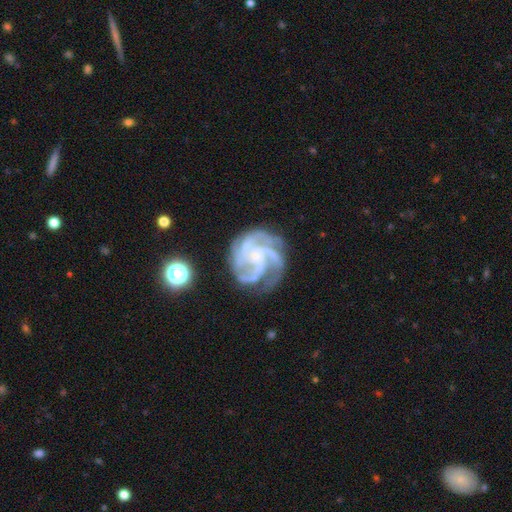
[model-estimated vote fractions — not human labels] smooth_or_featured: featured or disk (p=0.89) [alt: star or artifact p=0.06]
disk_edge_on: no (p=0.98) [alt: yes p=0.02]
bar: no (p=0.65) [alt: weak p=0.28]
has_spiral_arms: yes (p=0.98) [alt: no p=0.02]
spiral_winding: tight (p=0.49) [alt: medium p=0.43]
spiral_arm_count: 4 (p=0.35) [alt: 3 p=0.33]
bulge_size: small (p=0.58) [alt: none p=0.26]
merging: none (p=0.71) [alt: minor disturbance p=0.18]